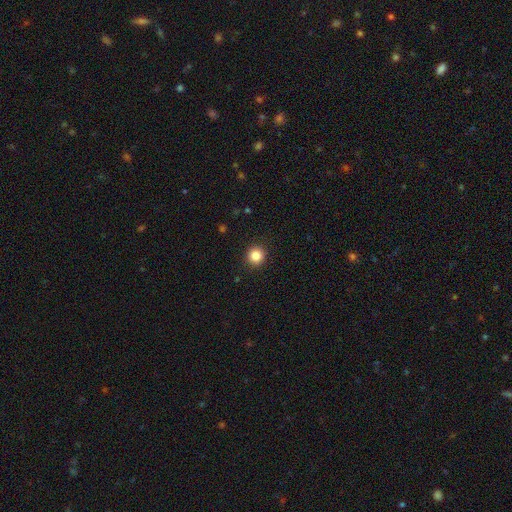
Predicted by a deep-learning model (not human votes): Smooth or featured? Predicted: smooth (p=0.85). How rounded? Predicted: round (p=0.93). Merging? Predicted: none (p=0.92).